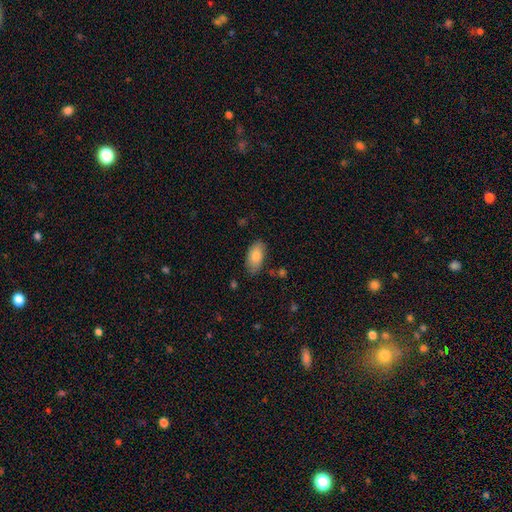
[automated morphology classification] type=smooth (83%); roundness=in between (94%); merging=none (79%).